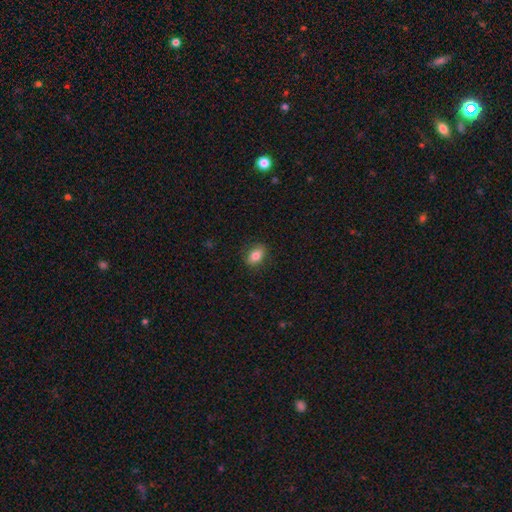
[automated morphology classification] Smooth or featured: smooth — 80% (featured or disk — 11%)
How rounded: in between — 80% (round — 18%)
Merging: none — 86% (minor disturbance — 10%)